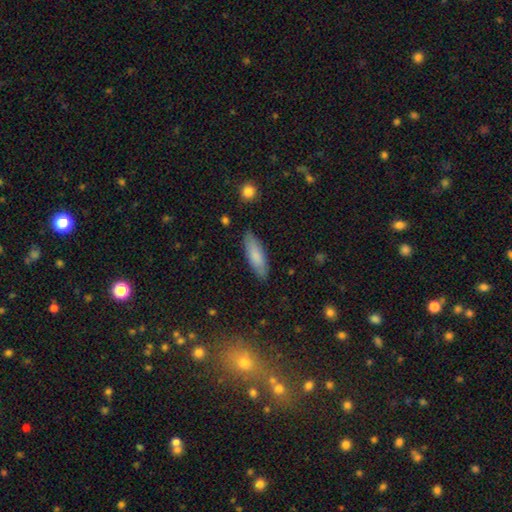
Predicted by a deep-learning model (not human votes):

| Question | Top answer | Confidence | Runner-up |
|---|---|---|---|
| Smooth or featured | smooth | 82% | featured or disk (13%) |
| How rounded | in between | 52% | cigar-shaped (47%) |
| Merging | none | 86% | minor disturbance (11%) |